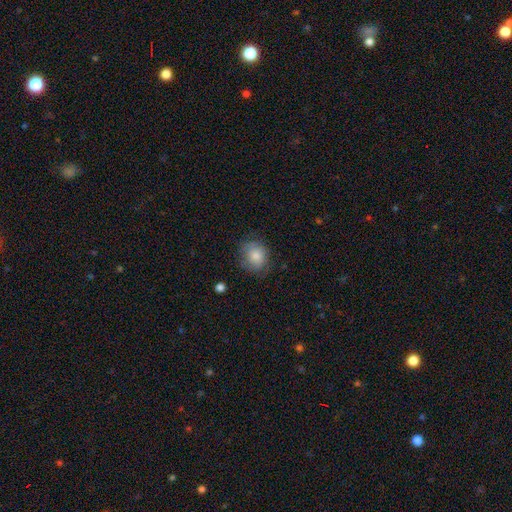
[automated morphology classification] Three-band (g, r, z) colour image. It shows a smooth galaxy with no disk features (82%) that is round (70%). Merging: none (69%).